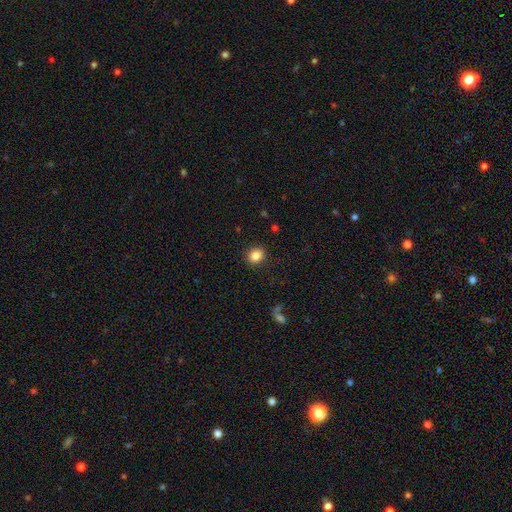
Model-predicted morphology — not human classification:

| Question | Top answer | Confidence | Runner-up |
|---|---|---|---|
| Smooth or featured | smooth | 85% | star or artifact (10%) |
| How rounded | round | 66% | in between (33%) |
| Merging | none | 89% | minor disturbance (7%) |